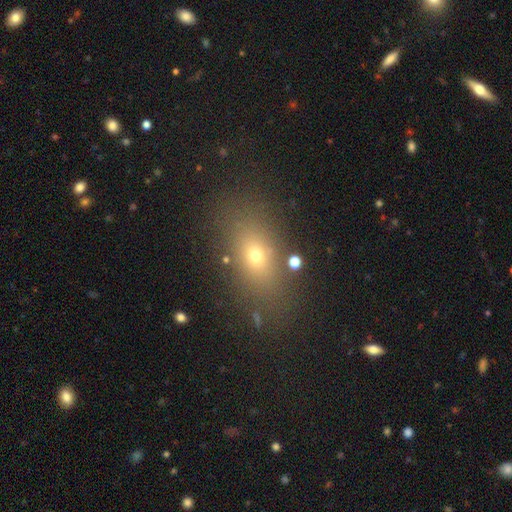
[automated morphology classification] smooth-or-featured: smooth: 67% | star or artifact: 17% | featured or disk: 16%
  how-rounded: in between: 75% | round: 17% | cigar-shaped: 8%
  merging: none: 79% | minor disturbance: 11% | major disturbance: 6% | merger: 3%